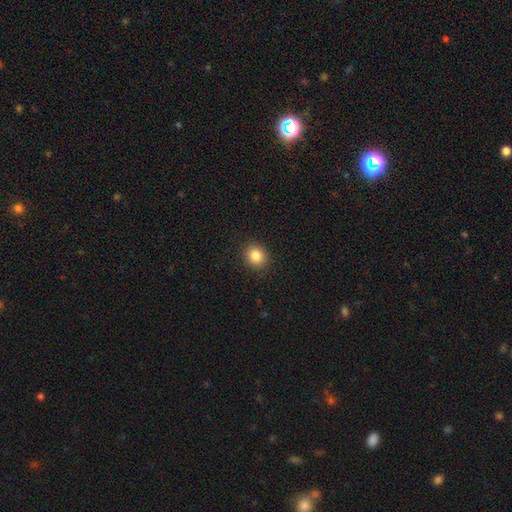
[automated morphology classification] This appears to be a smooth galaxy with no disk features (84%) that is round (75%). Merging: none (91%).